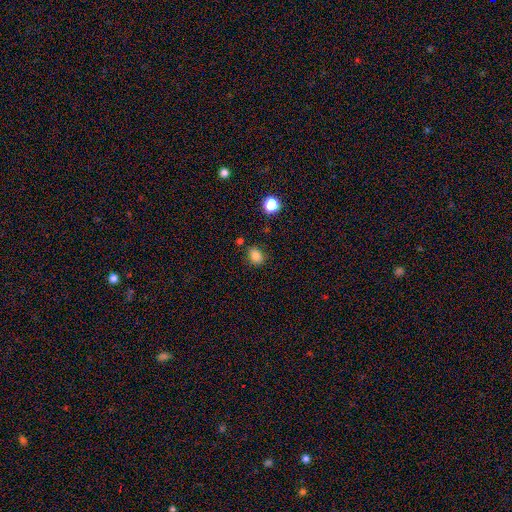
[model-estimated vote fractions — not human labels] Overall: smooth (82%). How rounded: in between (55%; round 43%). Merging: none (79%).